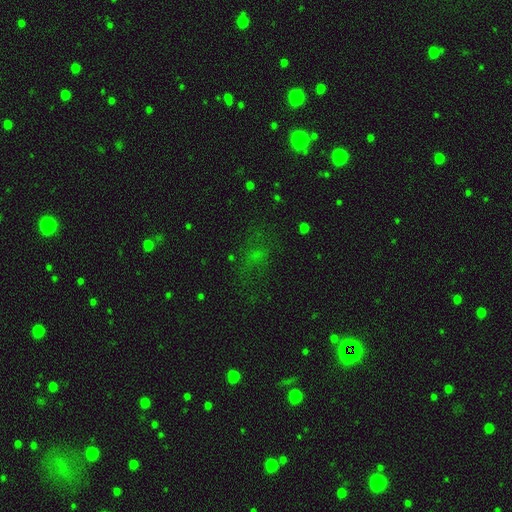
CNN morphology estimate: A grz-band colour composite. It shows a star or artifact, not a galaxy (41%, tied with smooth).